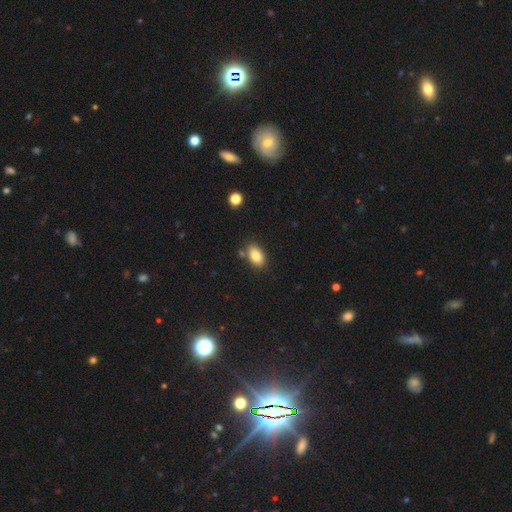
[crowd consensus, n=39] smooth_or_featured: smooth (p=0.79) [alt: featured or disk p=0.18]
how_rounded: in between (p=1.00)
merging: none (p=0.79) [alt: minor disturbance p=0.13]